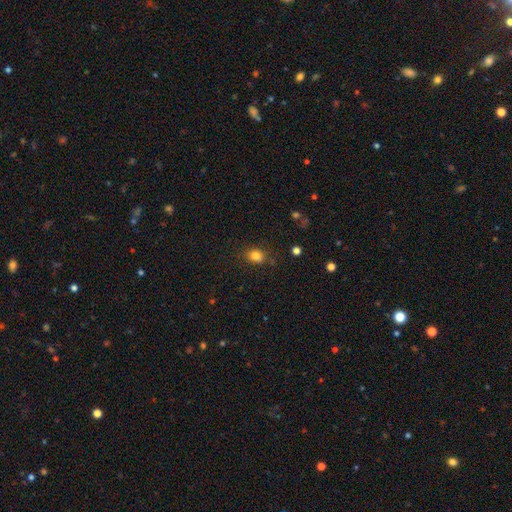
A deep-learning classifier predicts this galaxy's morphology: Q: Smooth or featured?
A: smooth (81%); runner-up: star or artifact (12%)
Q: How rounded?
A: in between (57%); runner-up: round (42%)
Q: Merging?
A: none (77%); runner-up: minor disturbance (16%)